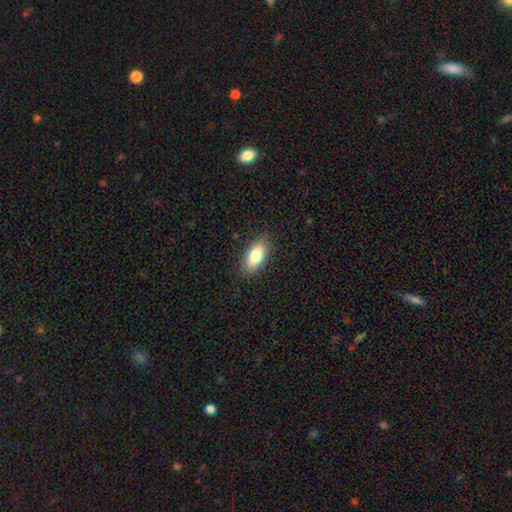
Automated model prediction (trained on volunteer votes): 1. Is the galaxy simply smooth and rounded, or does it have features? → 80% smooth, 13% featured or disk, 7% star or artifact.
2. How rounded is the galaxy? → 89% in between, 8% cigar-shaped, 4% round.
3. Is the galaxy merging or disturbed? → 87% none, 10% minor disturbance, 2% major disturbance, 1% merger.